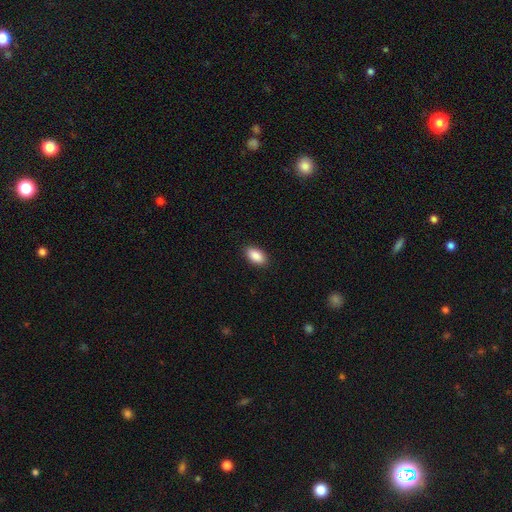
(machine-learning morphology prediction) Q: Smooth or featured?
A: smooth (90%); runner-up: star or artifact (7%)
Q: How rounded?
A: in between (94%); runner-up: round (4%)
Q: Merging?
A: none (90%); runner-up: minor disturbance (7%)